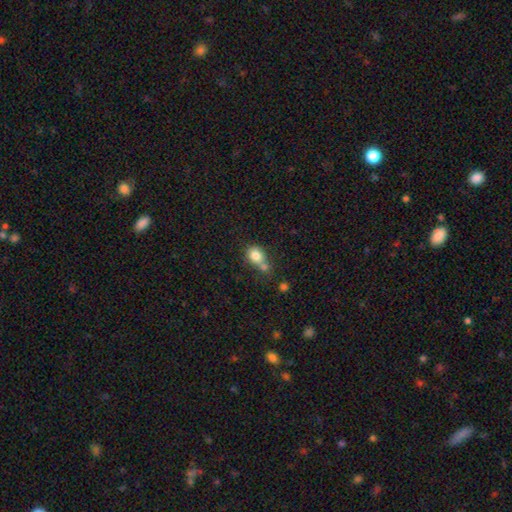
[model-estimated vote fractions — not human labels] smooth_or_featured: smooth (p=0.81) [alt: star or artifact p=0.10]
how_rounded: round (p=0.52) [alt: in between p=0.46]
merging: none (p=0.41) [alt: merger p=0.40]